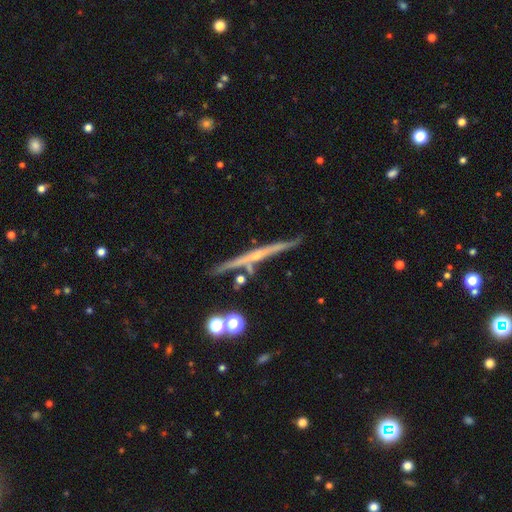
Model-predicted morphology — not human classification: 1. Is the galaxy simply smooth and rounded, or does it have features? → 78% featured or disk, 14% smooth, 8% star or artifact.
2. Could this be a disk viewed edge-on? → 98% yes, 2% no.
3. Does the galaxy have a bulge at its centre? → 60% rounded, 34% none, 6% boxy.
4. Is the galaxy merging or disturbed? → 85% none, 9% minor disturbance, 4% merger, 2% major disturbance.